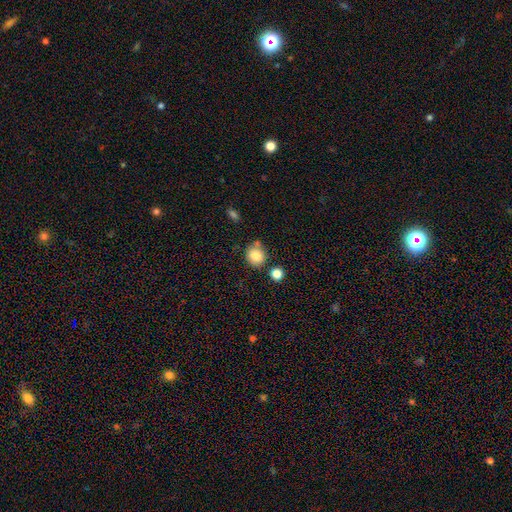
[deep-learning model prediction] Q: Smooth or featured?
A: smooth (84%); runner-up: star or artifact (9%)
Q: How rounded?
A: round (85%); runner-up: in between (14%)
Q: Merging?
A: none (72%); runner-up: minor disturbance (13%)